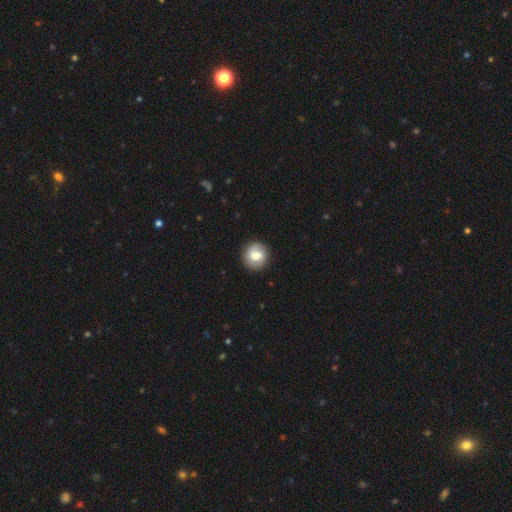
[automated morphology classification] Overall: smooth (63%; featured or disk 30%). How rounded: round (89%). Merging: none (89%).